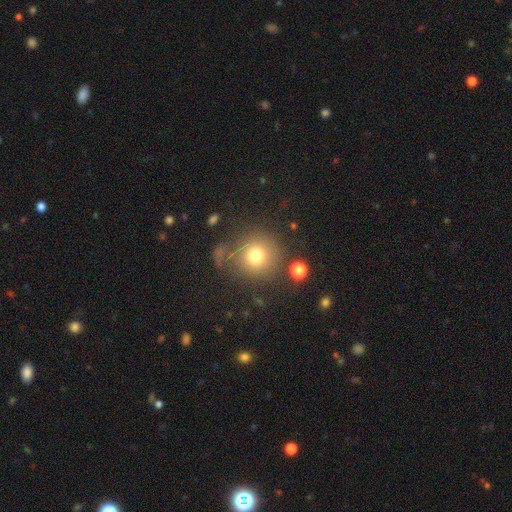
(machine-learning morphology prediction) Overall: smooth (75%). How rounded: round (92%). Merging: none (71%).